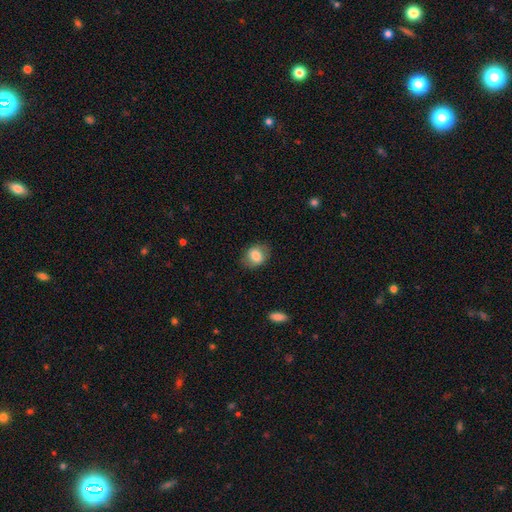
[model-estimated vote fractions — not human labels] This appears to be a smooth galaxy with no disk features (78%) that is in between round and cigar-shaped (59%). Merging: none (78%).